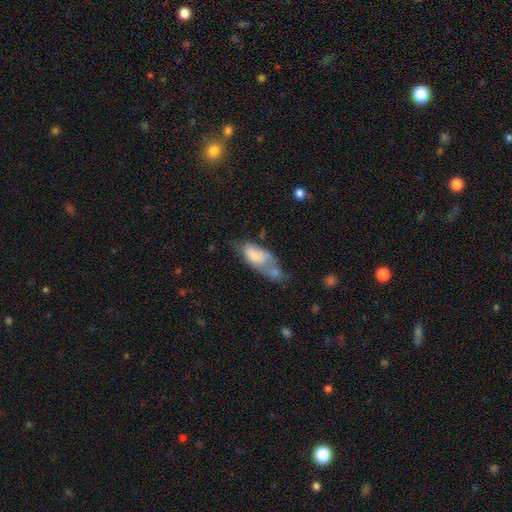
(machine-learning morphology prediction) Smooth or featured?
  - smooth: 65% *
  - featured or disk: 28%
  - star or artifact: 7%
How rounded?
  - in between: 85% *
  - cigar-shaped: 12%
  - round: 3%
Merging?
  - merger: 36% *
  - major disturbance: 22%
  - minor disturbance: 22%
  - none: 20%